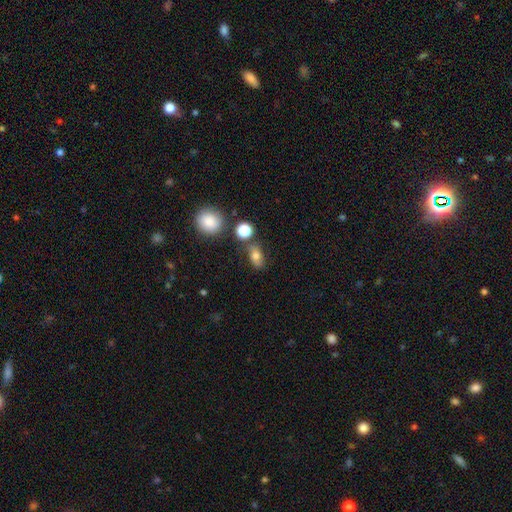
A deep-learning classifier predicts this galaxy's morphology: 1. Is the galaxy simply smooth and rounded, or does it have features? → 71% smooth, 15% featured or disk, 14% star or artifact.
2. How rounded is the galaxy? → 73% in between, 23% round, 4% cigar-shaped.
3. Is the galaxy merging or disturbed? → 72% none, 15% minor disturbance, 8% merger, 5% major disturbance.